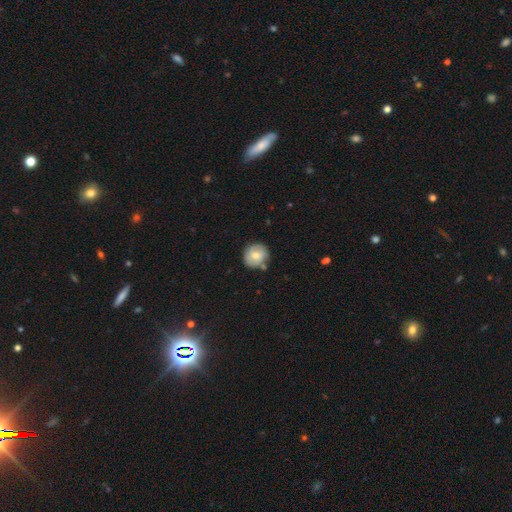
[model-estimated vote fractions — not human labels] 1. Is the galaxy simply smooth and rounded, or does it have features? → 58% smooth, 35% featured or disk, 7% star or artifact.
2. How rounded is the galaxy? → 82% round, 17% in between, 1% cigar-shaped.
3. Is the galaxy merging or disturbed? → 72% none, 19% minor disturbance, 6% merger, 4% major disturbance.